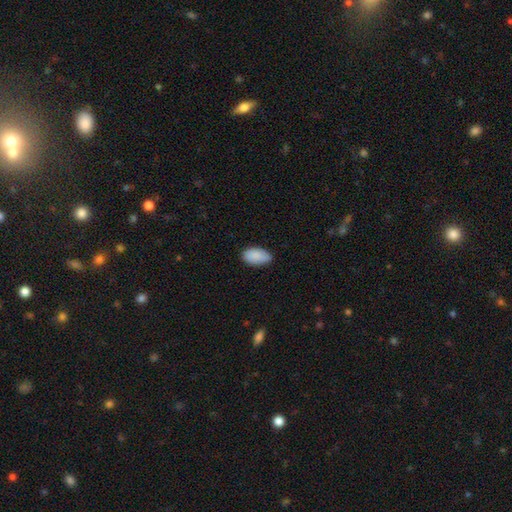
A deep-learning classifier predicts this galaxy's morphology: Smooth or featured?
  - smooth: 89% *
  - star or artifact: 6%
  - featured or disk: 5%
How rounded?
  - in between: 95% *
  - round: 3%
  - cigar-shaped: 2%
Merging?
  - none: 77% *
  - minor disturbance: 19%
  - major disturbance: 3%
  - merger: 1%